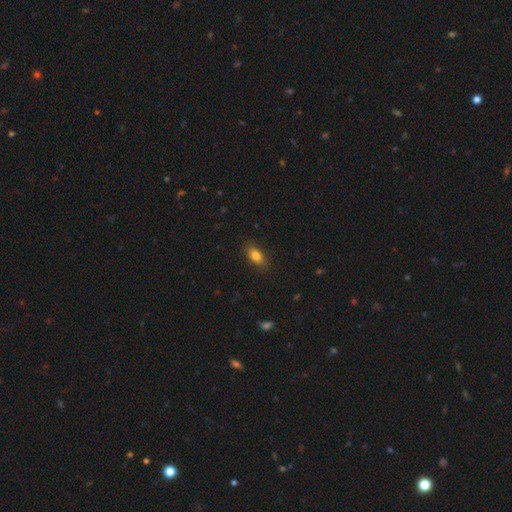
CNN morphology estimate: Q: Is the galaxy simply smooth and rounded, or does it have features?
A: smooth — 84%.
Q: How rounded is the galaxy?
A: in between — 85%.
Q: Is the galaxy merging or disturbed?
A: none — 85%.